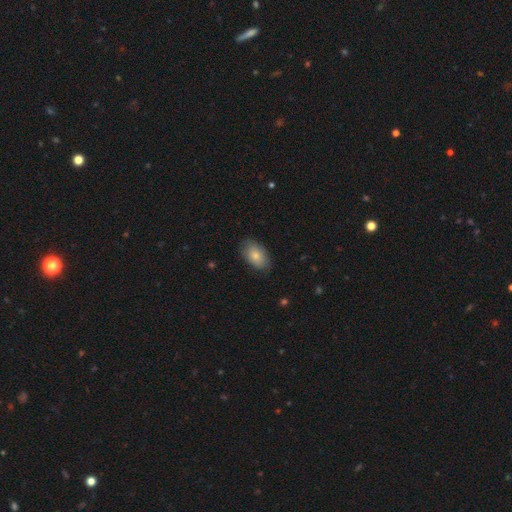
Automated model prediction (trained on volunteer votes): A smooth galaxy with no disk features (81%) that is in between round and cigar-shaped (93%). Merging: none (83%).